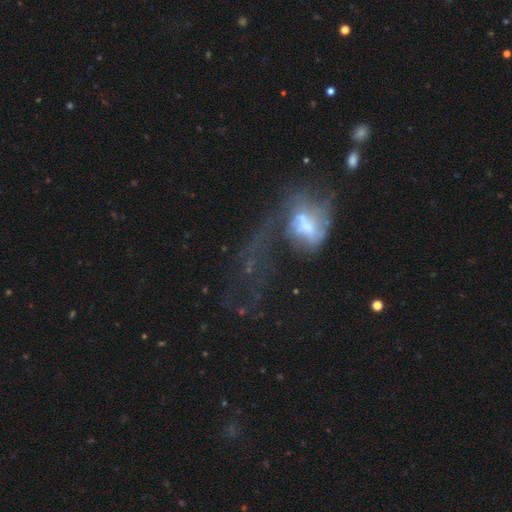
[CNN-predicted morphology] smooth_or_featured: featured or disk (p=0.56) [alt: smooth p=0.27]
disk_edge_on: no (p=0.93) [alt: yes p=0.07]
bar: no (p=0.58) [alt: weak p=0.30]
has_spiral_arms: yes (p=0.57) [alt: no p=0.43]
bulge_size: moderate (p=0.50) [alt: small p=0.21]
merging: major disturbance (p=0.55) [alt: none p=0.20]